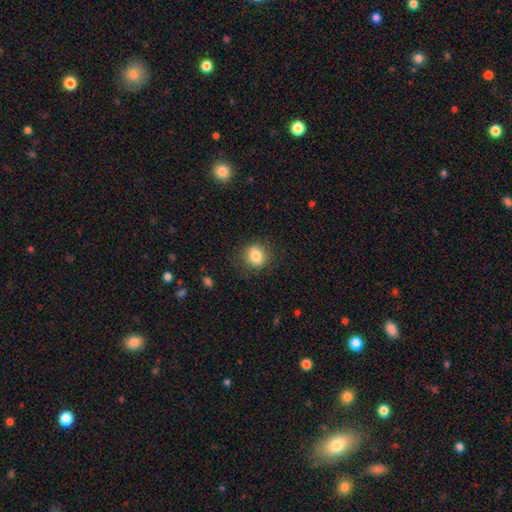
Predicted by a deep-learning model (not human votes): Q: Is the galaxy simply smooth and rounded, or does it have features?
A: smooth — 84%.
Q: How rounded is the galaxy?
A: round — 74%.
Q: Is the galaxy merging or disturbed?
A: none — 85%.